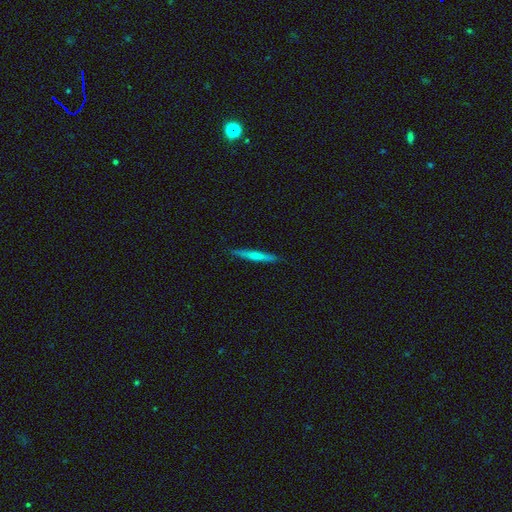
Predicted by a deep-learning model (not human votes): A smooth galaxy with no disk features (55%) that is cigar-shaped (96%).

Vote fractions:
- Smooth or featured? smooth: 55% / featured or disk: 39% / star or artifact: 6%
- How rounded? cigar-shaped: 96% / in between: 3% / round: 1%
- Merging? none: 90% / minor disturbance: 7% / major disturbance: 1% / merger: 1%